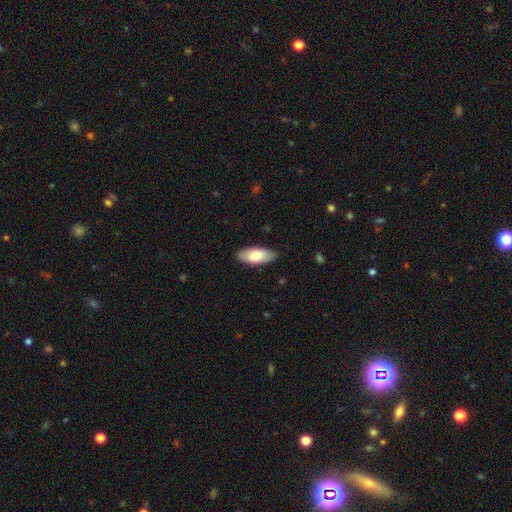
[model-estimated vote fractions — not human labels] This is likely a smooth galaxy (79%). How rounded: clearly in between (82%). Merging: clearly none (87%).